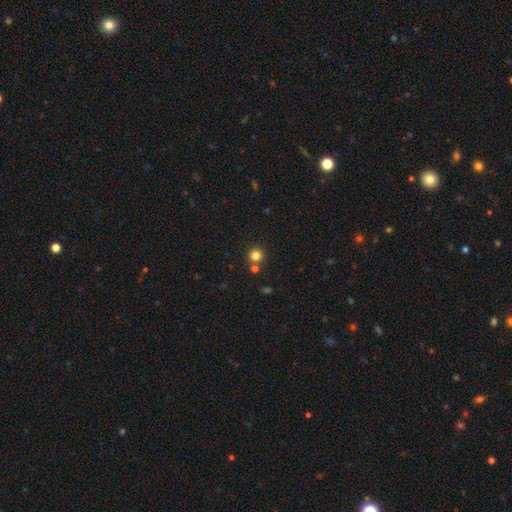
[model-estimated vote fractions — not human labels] Smooth or featured? smooth (81%)
How rounded? round (93%)
Merging? none (76%)